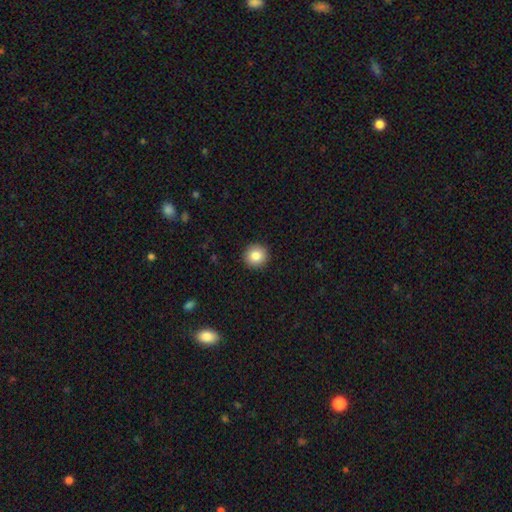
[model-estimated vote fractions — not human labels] The model was most divided on "smooth or featured": smooth: 84%, star or artifact: 9%, featured or disk: 7%. More confident: how rounded — round (94%); merging — none (93%).